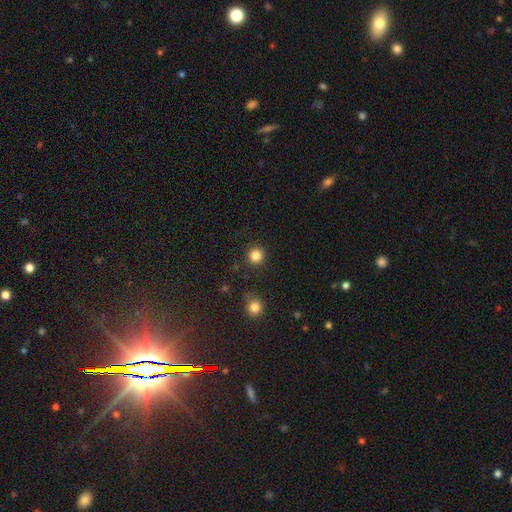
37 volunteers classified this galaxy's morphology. Smooth or featured? 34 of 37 (92%) said smooth. How rounded? 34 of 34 (100%) said round. Merging? 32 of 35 (91%) said none.